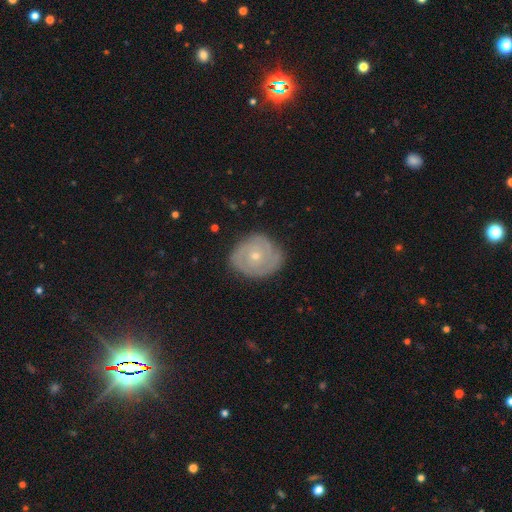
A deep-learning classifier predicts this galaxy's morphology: Smooth or featured? featured or disk (72%)
Edge-on disk? no (97%)
Bar? no (83%)
Spiral arms? yes (85%)
Spiral winding? tight (72%)
Spiral arm count? 2 (35%)
Bulge size? small (69%)
Merging? none (77%)